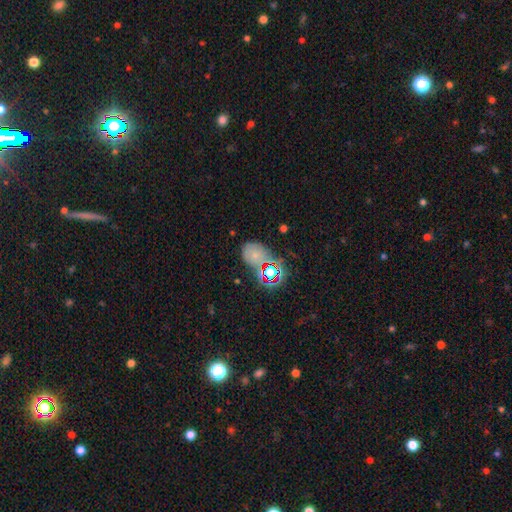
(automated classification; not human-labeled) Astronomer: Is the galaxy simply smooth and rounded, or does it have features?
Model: smooth — 46% (runner-up: star or artifact, 35%).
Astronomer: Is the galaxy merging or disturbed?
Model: none — 62%.